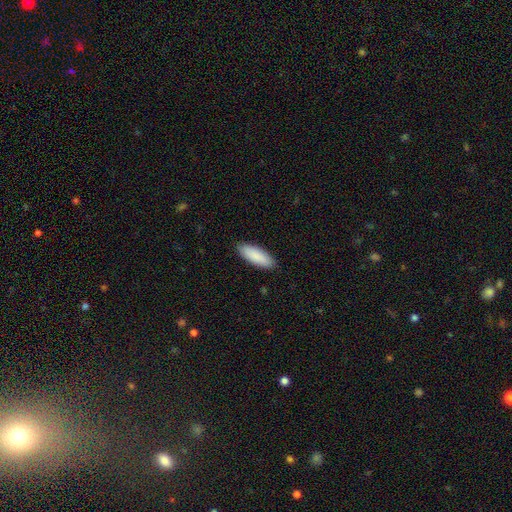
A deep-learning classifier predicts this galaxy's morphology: Smooth or featured? Predicted: smooth (p=0.90). How rounded? Predicted: in between (p=0.71). Merging? Predicted: none (p=0.89).